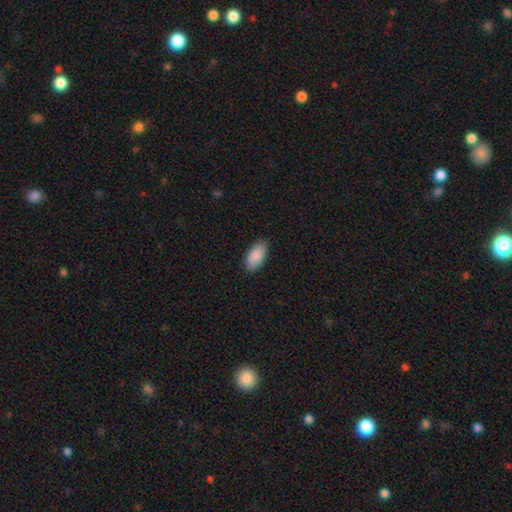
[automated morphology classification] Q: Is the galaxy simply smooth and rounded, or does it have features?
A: smooth — 89%.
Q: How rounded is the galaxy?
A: in between — 93%.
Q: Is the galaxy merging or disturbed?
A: none — 85%.